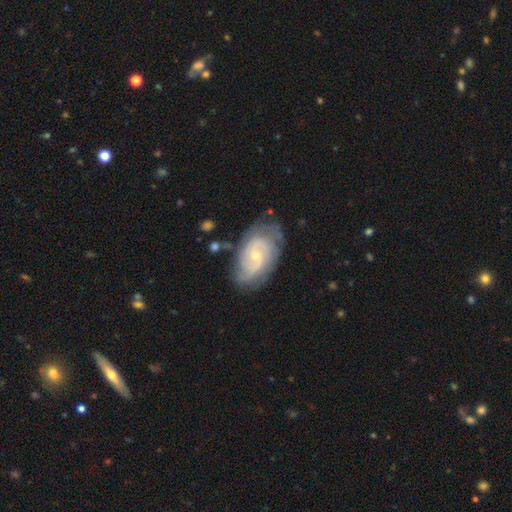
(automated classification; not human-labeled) Smooth or featured: featured or disk — 78% (smooth — 16%)
Edge-on disk: no — 96% (yes — 4%)
Bar: no — 64% (weak — 31%)
Spiral arms: yes — 92% (no — 8%)
Spiral winding: tight — 54% (medium — 35%)
Spiral arm count: 2 — 41% (can't tell — 35%)
Bulge size: small — 72% (moderate — 24%)
Merging: none — 69% (minor disturbance — 21%)